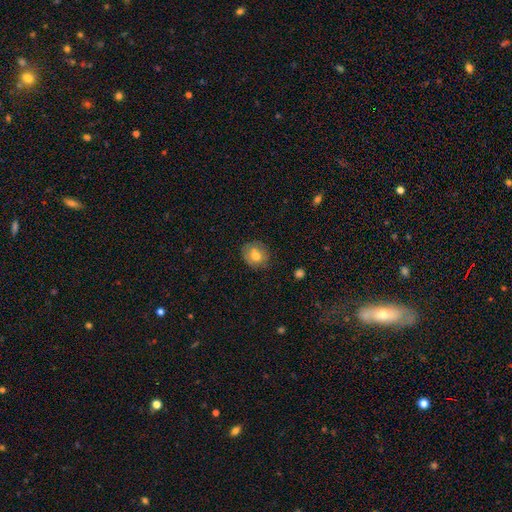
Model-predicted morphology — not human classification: This is likely a smooth galaxy (72%). How rounded: likely round (73%). Merging: likely none (78%).